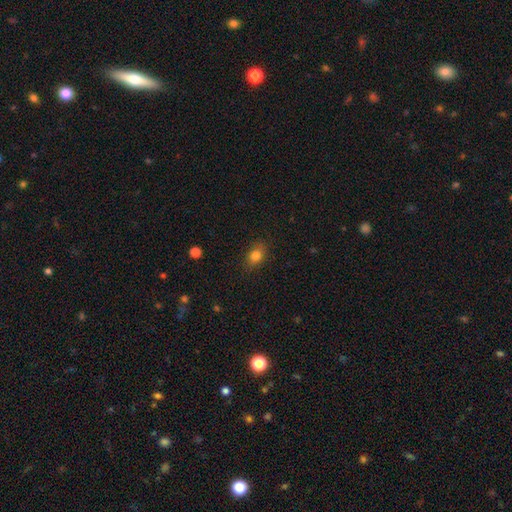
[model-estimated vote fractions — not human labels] Morphology: type=smooth (80%); roundness=in between (68%); merging=none (83%).